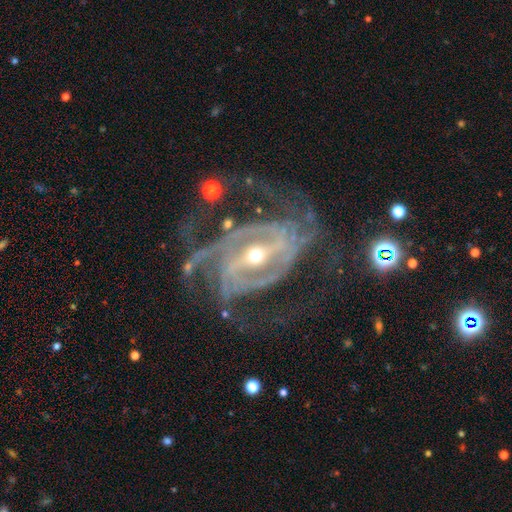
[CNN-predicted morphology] This appears to be a featured or disk galaxy (92%) with a strong bar (67%), 2 (39%) medium (46%) spiral arms (97%) and a small central bulge (48%, tied with moderate). Merging: none (49%).